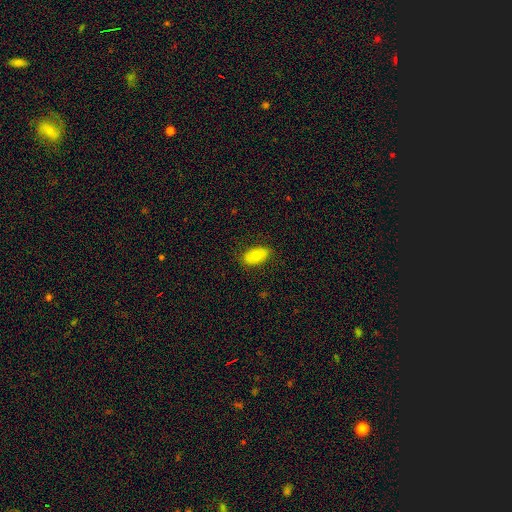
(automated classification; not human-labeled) This is likely a smooth galaxy (71%). How rounded: clearly in between (92%). Merging: clearly none (83%).